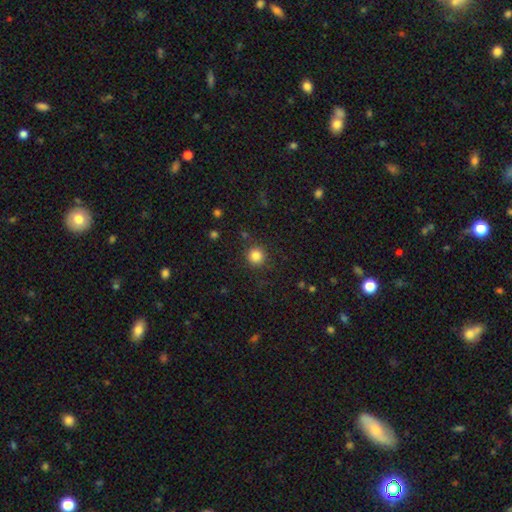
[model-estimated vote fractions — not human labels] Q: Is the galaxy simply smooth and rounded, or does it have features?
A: smooth — 84%.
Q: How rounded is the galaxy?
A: round — 94%.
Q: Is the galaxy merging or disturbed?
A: none — 89%.